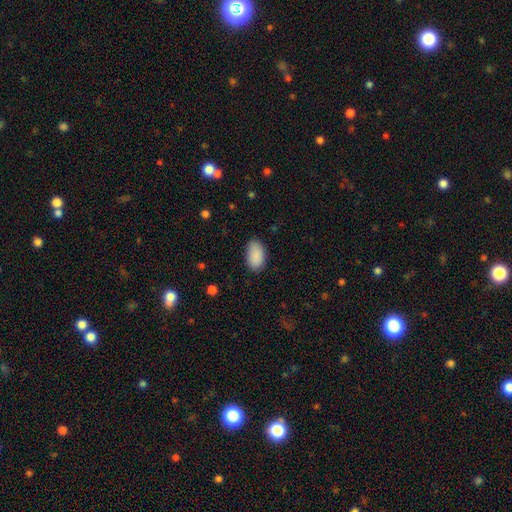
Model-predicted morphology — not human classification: Overall: smooth (90%). How rounded: in between (94%). Merging: none (84%).